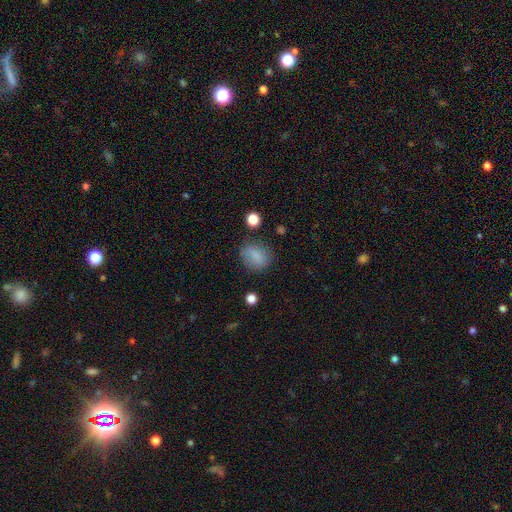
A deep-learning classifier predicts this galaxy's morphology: smooth 80%, star or artifact 11%, featured or disk 9%. Down the decision tree: how rounded — round (53%); merging — none (72%).